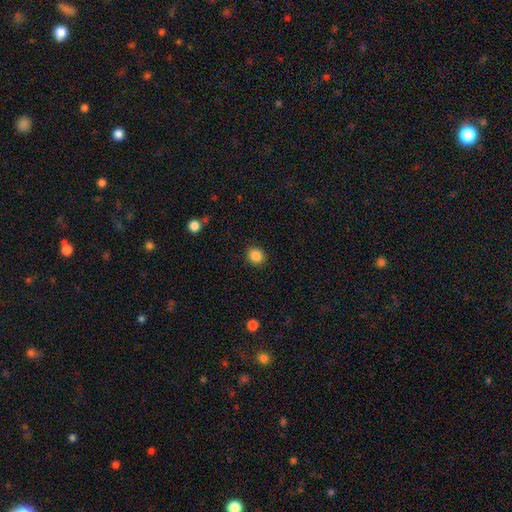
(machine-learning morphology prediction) Smooth or featured? smooth (87%)
How rounded? round (79%)
Merging? none (89%)